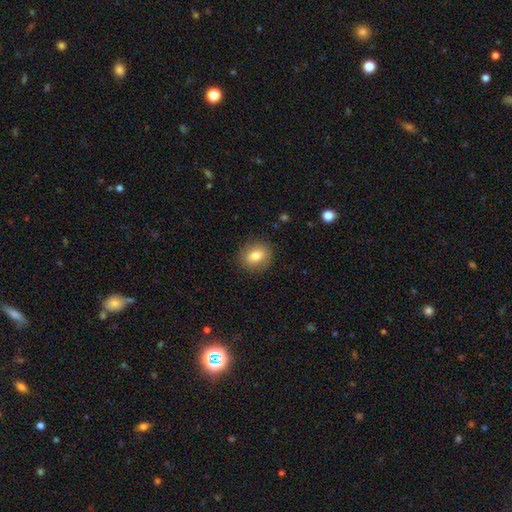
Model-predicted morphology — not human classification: A smooth galaxy with no disk features (77%) that is round (59%).

Vote fractions:
- Smooth or featured? smooth: 77% / featured or disk: 14% / star or artifact: 9%
- How rounded? round: 59% / in between: 39% / cigar-shaped: 1%
- Merging? none: 87% / minor disturbance: 9% / major disturbance: 3% / merger: 1%